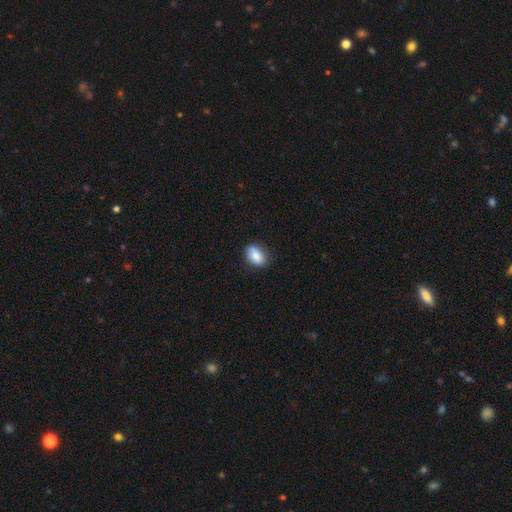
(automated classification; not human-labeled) smooth 83%, featured or disk 9%, star or artifact 8%. Down the decision tree: how rounded — in between (81%); merging — none (76%).